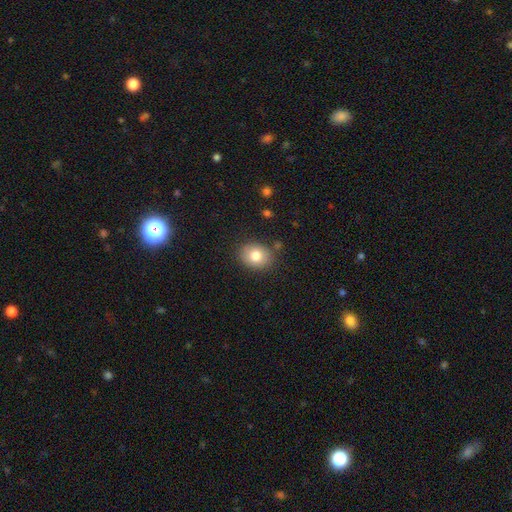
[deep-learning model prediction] Overall: smooth (80%). How rounded: in between (50%; round 49%). Merging: none (84%).